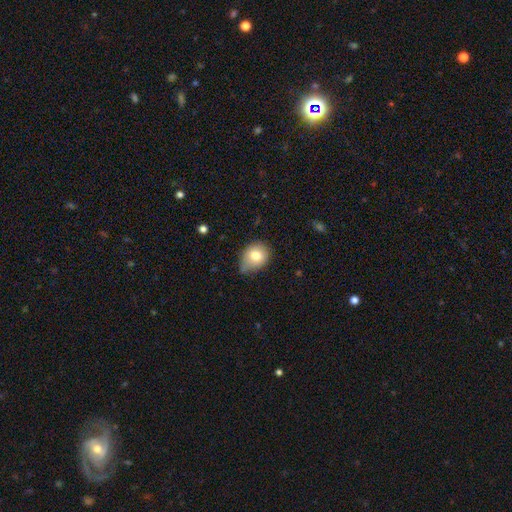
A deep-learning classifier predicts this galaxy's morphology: type=smooth (78%); roundness=round (57%); merging=none (45%).